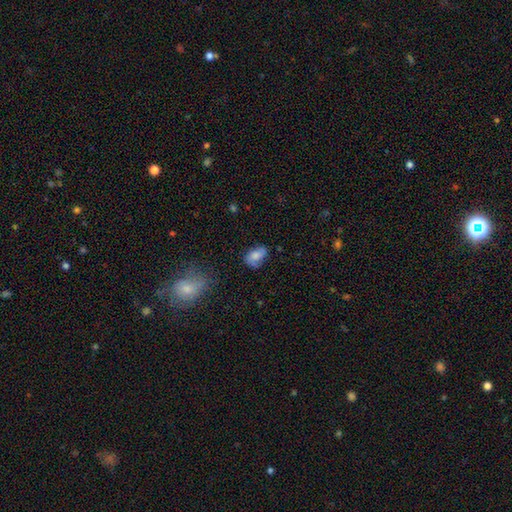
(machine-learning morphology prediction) Smooth or featured: smooth — 66% (featured or disk — 25%)
How rounded: in between — 89% (round — 8%)
Merging: none — 62% (minor disturbance — 27%)